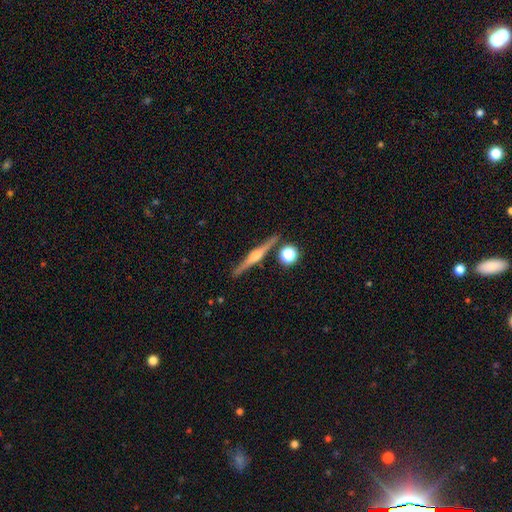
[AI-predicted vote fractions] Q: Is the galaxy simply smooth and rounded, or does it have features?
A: featured or disk — 82%.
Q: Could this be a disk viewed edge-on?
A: yes — 98%.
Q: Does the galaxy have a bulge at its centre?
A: rounded — 89%.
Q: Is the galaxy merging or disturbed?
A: none — 88%.